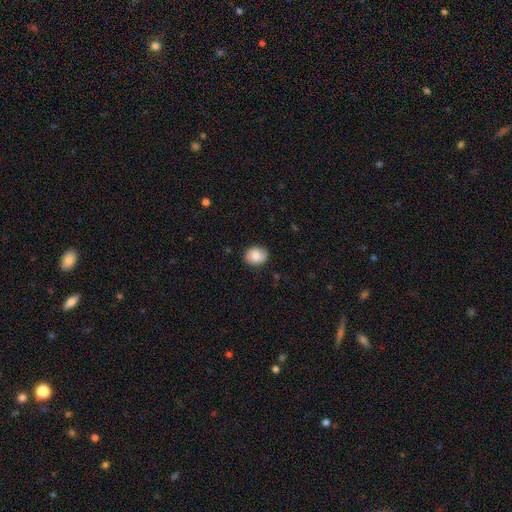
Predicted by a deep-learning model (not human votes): Smooth or featured? Predicted: smooth (p=0.76). How rounded? Predicted: round (p=0.57). Merging? Predicted: none (p=0.84).